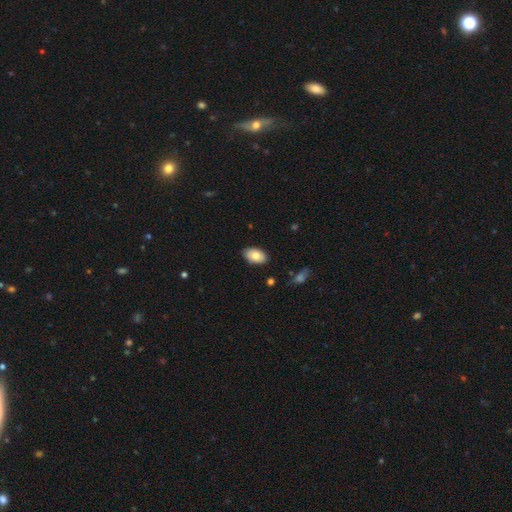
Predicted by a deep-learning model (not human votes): This is likely a smooth galaxy (79%). How rounded: clearly in between (93%). Merging: clearly none (86%).